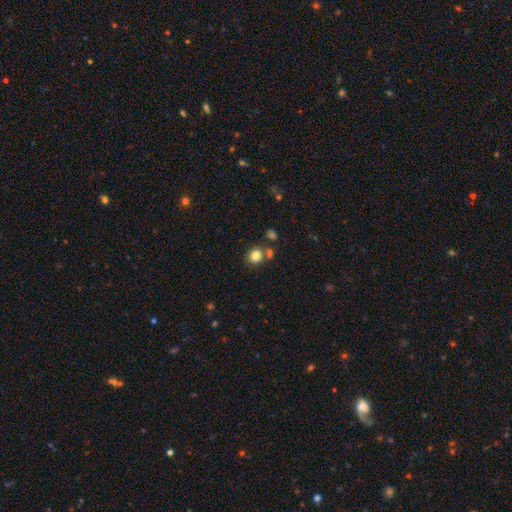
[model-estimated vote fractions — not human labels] Overall: smooth (82%). How rounded: round (81%). Merging: none (73%).